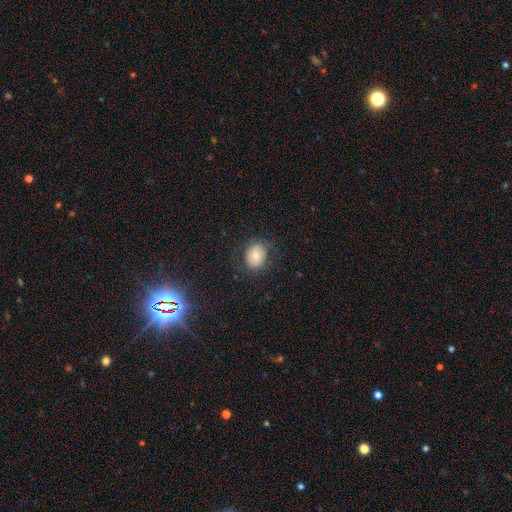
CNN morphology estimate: smooth 73%, featured or disk 16%, star or artifact 11%. Down the decision tree: how rounded — round (52%); merging — none (75%).